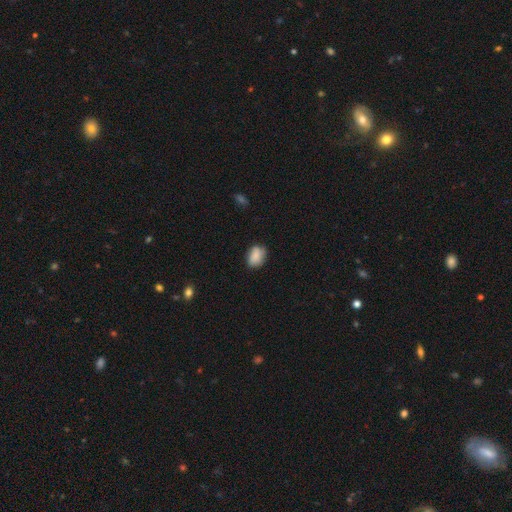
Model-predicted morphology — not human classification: This is clearly a smooth galaxy (86%). How rounded: likely in between (74%). Merging: likely none (70%).